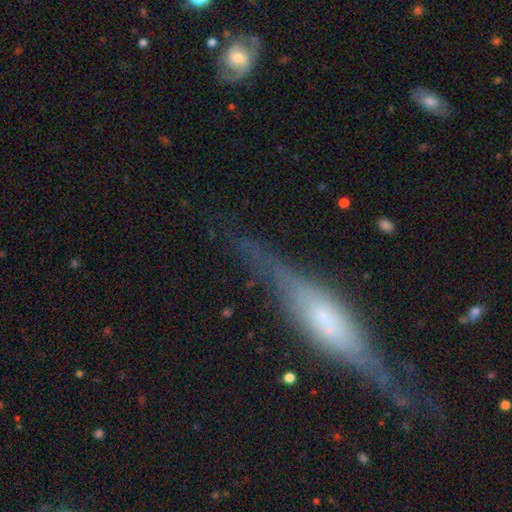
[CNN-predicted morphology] This is likely a featured or disk galaxy (67%). It is clearly viewed edge-on (89%). Edge-on bulge: possibly rounded (48%). Merging: likely none (72%).